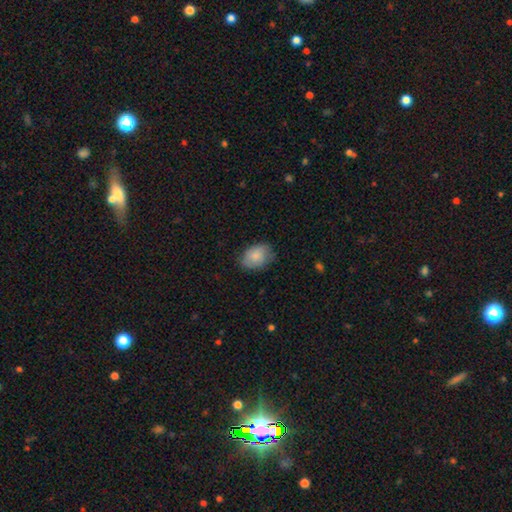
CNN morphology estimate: smooth_or_featured: smooth (p=0.82) [alt: featured or disk p=0.11]
how_rounded: in between (p=0.78) [alt: round p=0.20]
merging: none (p=0.72) [alt: minor disturbance p=0.22]